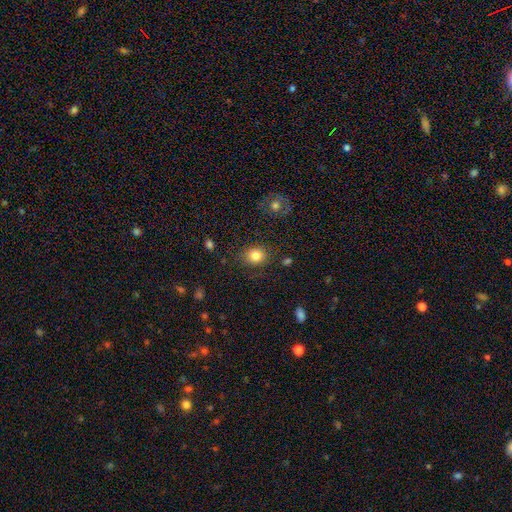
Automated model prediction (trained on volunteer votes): Morphology: type=smooth (83%); roundness=round (64%); merging=none (82%).